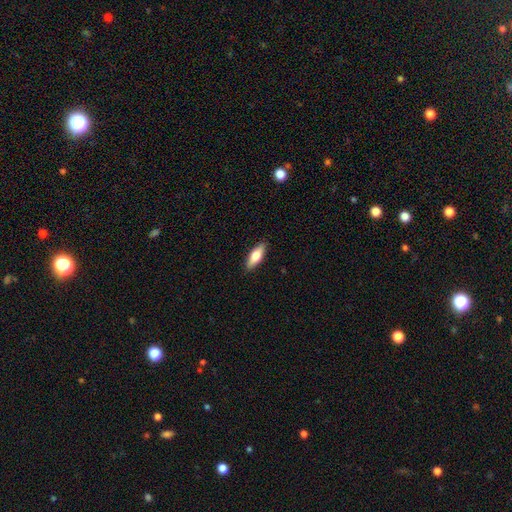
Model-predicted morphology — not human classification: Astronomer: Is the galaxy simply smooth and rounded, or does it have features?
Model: smooth — 68%.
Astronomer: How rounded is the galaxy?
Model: in between — 66%.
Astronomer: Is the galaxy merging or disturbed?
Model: none — 89%.